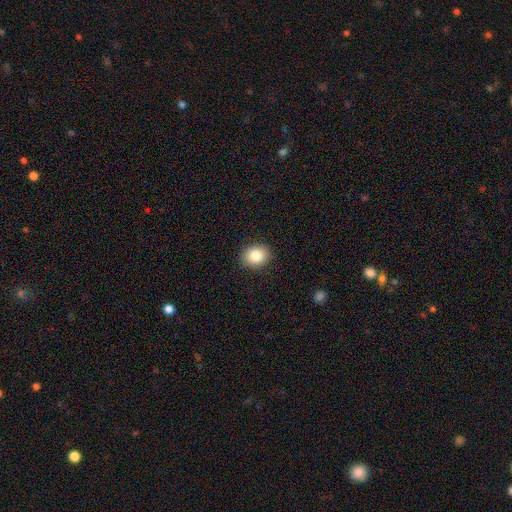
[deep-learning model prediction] smooth 84%, star or artifact 9%, featured or disk 7%. Down the decision tree: how rounded — round (58%); merging — none (90%).